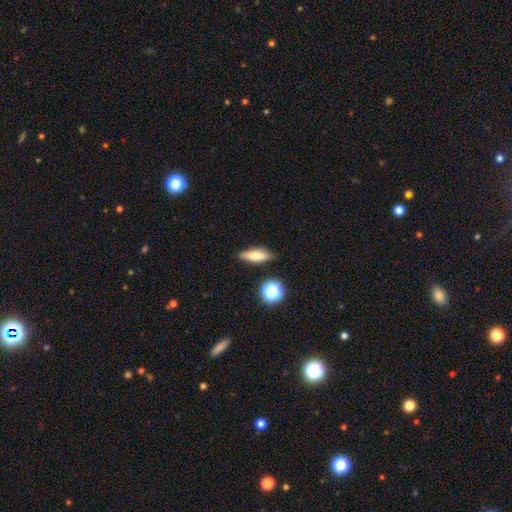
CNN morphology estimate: smooth-or-featured: smooth: 69% | featured or disk: 21% | star or artifact: 10%
  how-rounded: in between: 50% | cigar-shaped: 43% | round: 7%
  merging: none: 83% | minor disturbance: 12% | major disturbance: 3% | merger: 3%